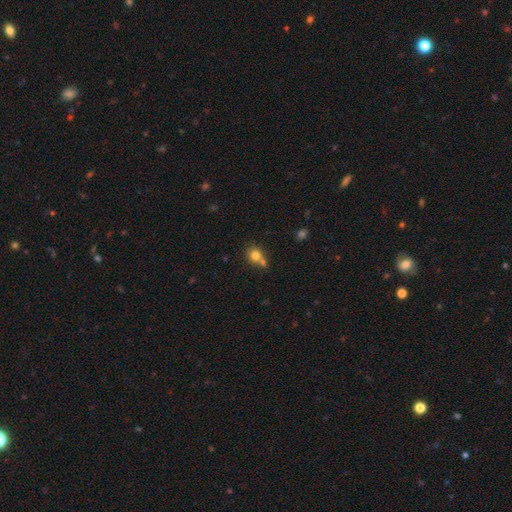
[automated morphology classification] Smooth or featured?
  - smooth: 78% *
  - star or artifact: 12%
  - featured or disk: 11%
How rounded?
  - round: 77% *
  - in between: 22%
  - cigar-shaped: 1%
Merging?
  - none: 47% *
  - merger: 41%
  - minor disturbance: 9%
  - major disturbance: 3%